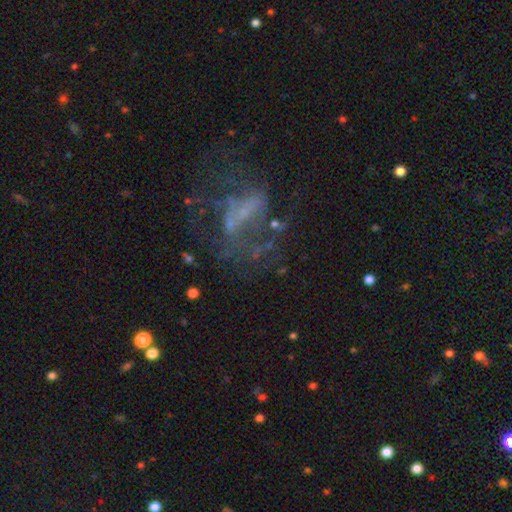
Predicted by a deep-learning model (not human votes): Morphology: type=featured or disk (52%); edge-on=no (93%); merging=none (42%).